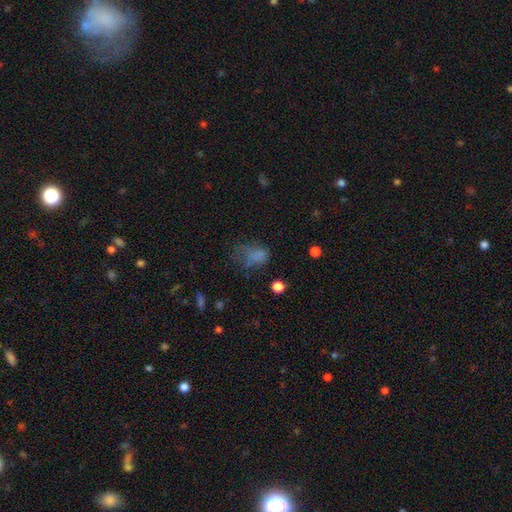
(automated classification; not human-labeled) The model was most divided on "merging": major disturbance: 37%, none: 32%, minor disturbance: 25%, merger: 5%. More confident: how rounded — in between (72%); smooth or featured — smooth (63%).